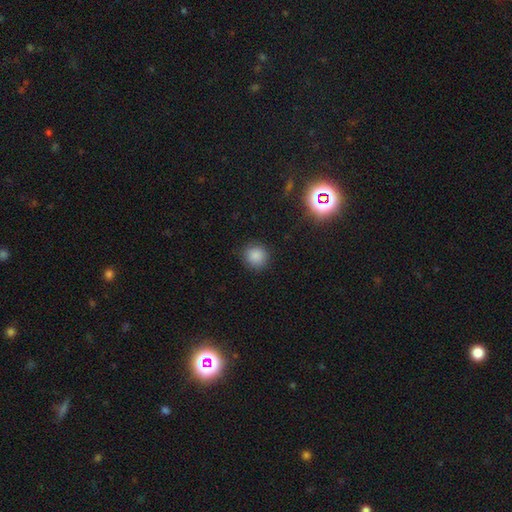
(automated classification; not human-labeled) This is clearly a smooth galaxy (85%). How rounded: clearly round (91%). Merging: clearly none (88%).